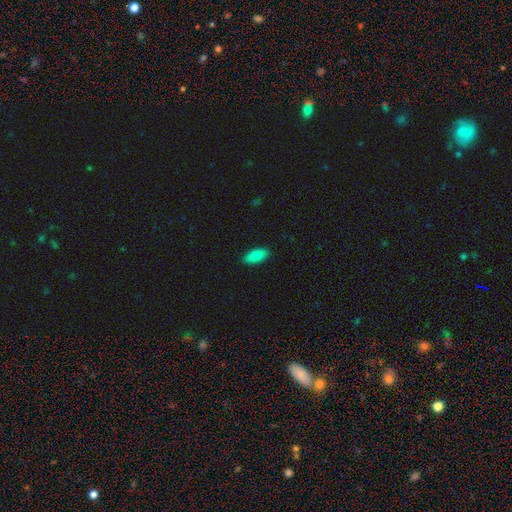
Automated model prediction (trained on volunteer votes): Overall: smooth (89%). How rounded: in between (86%). Merging: none (89%).